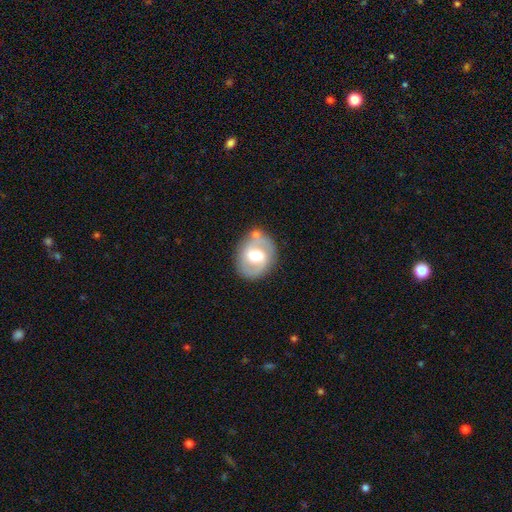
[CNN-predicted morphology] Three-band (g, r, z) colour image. It shows a featured or disk galaxy (63%) with a weak bar (49%), spiral arms (70%) and a moderate central bulge (65%). Merging: none (72%).